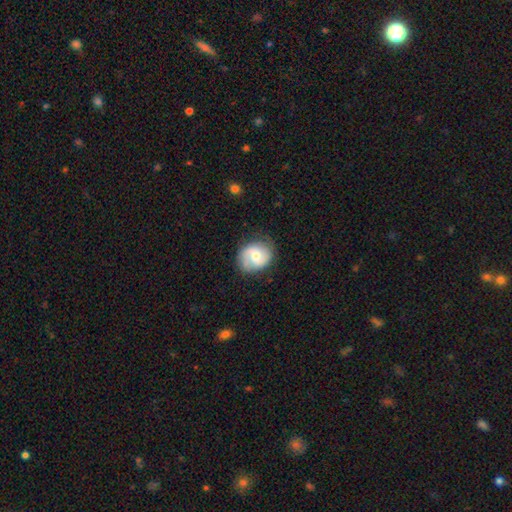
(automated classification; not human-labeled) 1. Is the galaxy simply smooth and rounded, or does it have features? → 61% featured or disk, 32% smooth, 6% star or artifact.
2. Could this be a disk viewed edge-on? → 98% no, 2% yes.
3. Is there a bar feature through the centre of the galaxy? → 52% no, 40% weak, 8% strong.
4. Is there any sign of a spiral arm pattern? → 89% yes, 11% no.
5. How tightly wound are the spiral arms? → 46% medium, 30% tight, 25% loose.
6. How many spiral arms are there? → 79% 2, 9% can't tell, 8% 1, 2% 3, 1% 4, 1% more than 4.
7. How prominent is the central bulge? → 61% moderate, 31% small, 5% large, 2% none, 1% dominant.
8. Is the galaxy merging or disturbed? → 75% none, 18% minor disturbance, 6% major disturbance, 1% merger.